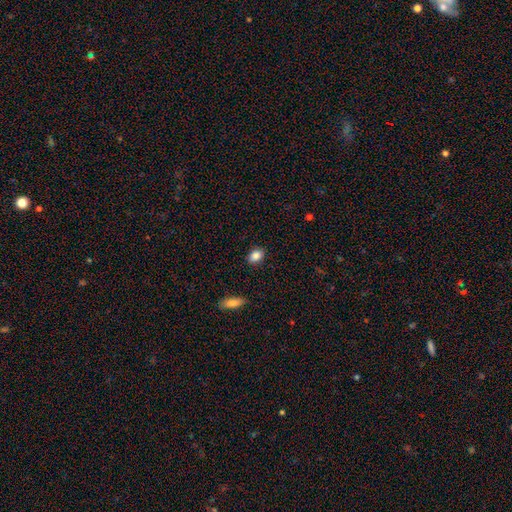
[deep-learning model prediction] Morphology: type=smooth (87%); roundness=in between (78%); merging=none (87%).